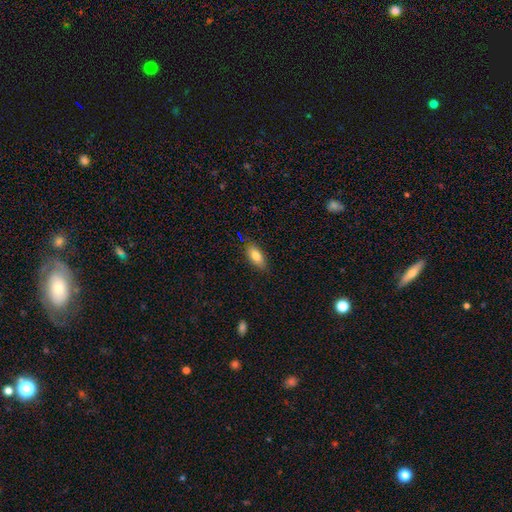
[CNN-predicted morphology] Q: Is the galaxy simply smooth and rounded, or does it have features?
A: smooth — 80%.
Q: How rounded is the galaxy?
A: in between — 82%.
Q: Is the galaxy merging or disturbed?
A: none — 82%.